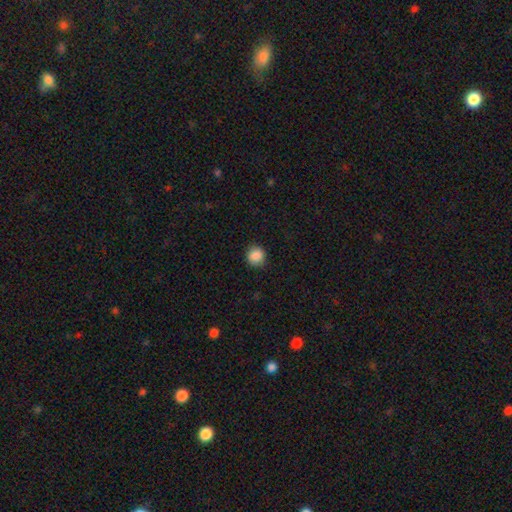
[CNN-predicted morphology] smooth 88%, star or artifact 9%, featured or disk 3%. Down the decision tree: how rounded — round (89%); merging — none (88%).